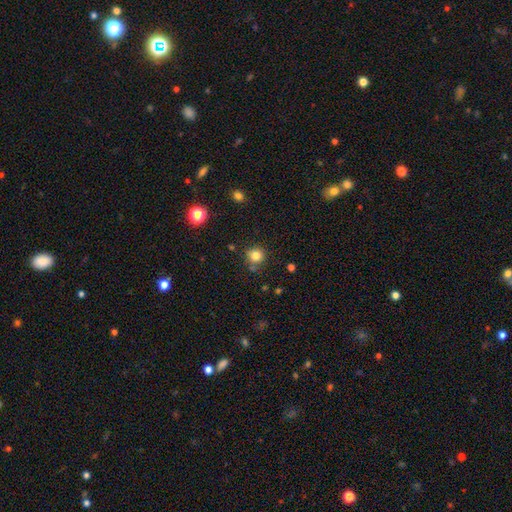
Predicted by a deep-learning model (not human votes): Smooth or featured? Predicted: smooth (p=0.81). How rounded? Predicted: round (p=0.90). Merging? Predicted: none (p=0.79).